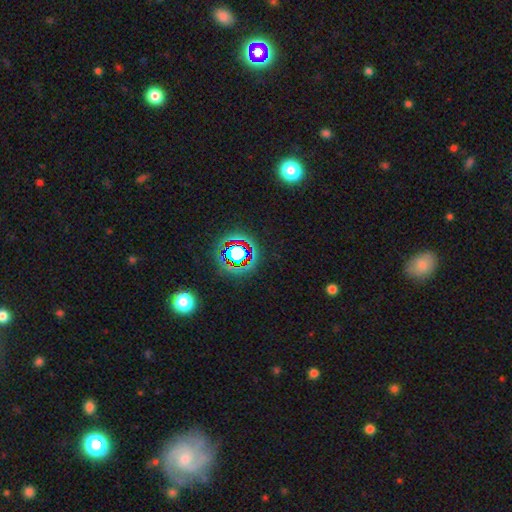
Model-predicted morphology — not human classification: The model was most divided on "smooth or featured": star or artifact: 74%, smooth: 14%, featured or disk: 12%.